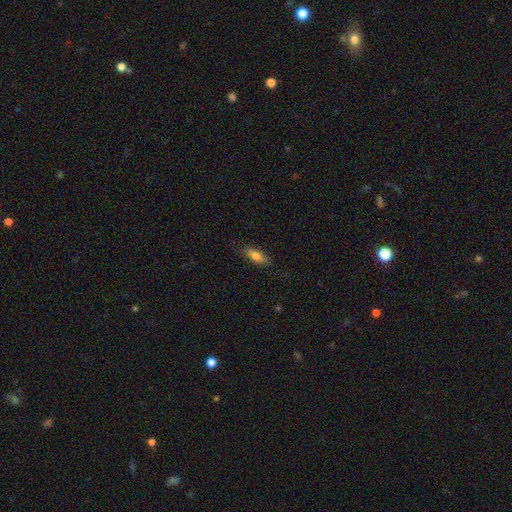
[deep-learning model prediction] smooth 75%, featured or disk 18%, star or artifact 7%. Down the decision tree: how rounded — in between (69%); merging — none (83%).